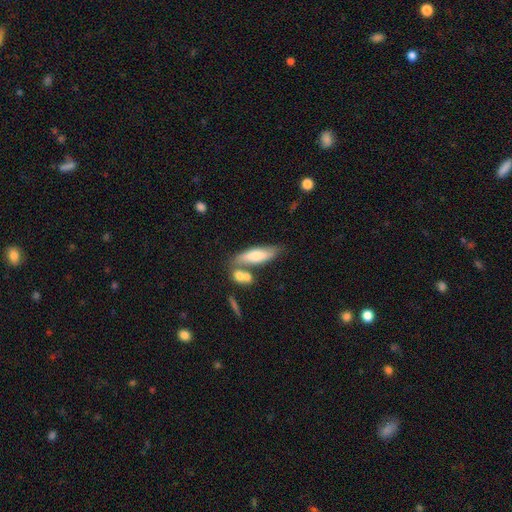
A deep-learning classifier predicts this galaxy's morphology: This is likely a smooth galaxy (68%). How rounded: possibly in between (54%). Merging: possibly none (54%).